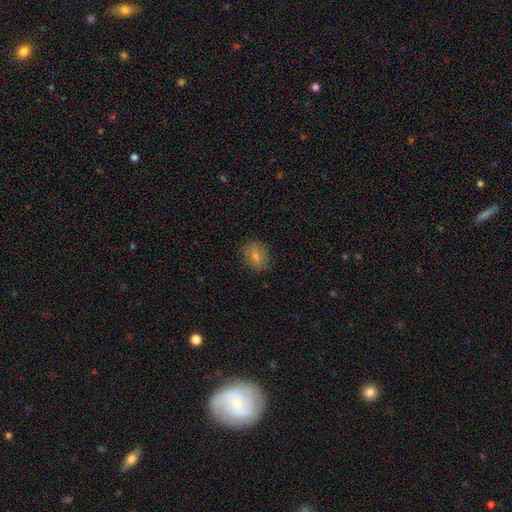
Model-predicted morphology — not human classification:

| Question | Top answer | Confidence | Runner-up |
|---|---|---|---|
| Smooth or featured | smooth | 79% | featured or disk (11%) |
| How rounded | in between | 55% | round (44%) |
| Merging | none | 82% | minor disturbance (13%) |